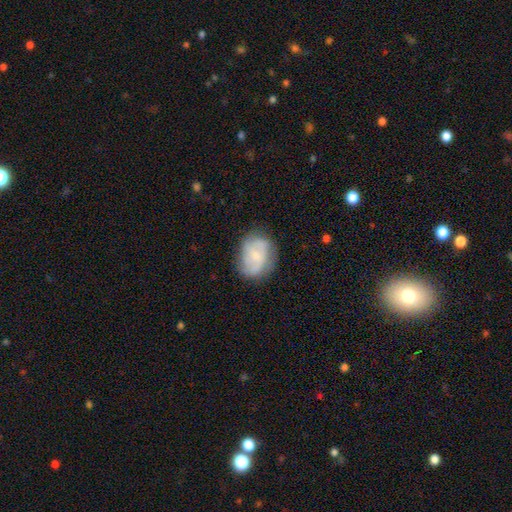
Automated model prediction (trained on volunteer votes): The model was most divided on "smooth or featured": featured or disk: 49%, smooth: 43%, star or artifact: 8%. More confident: merging — none (67%).